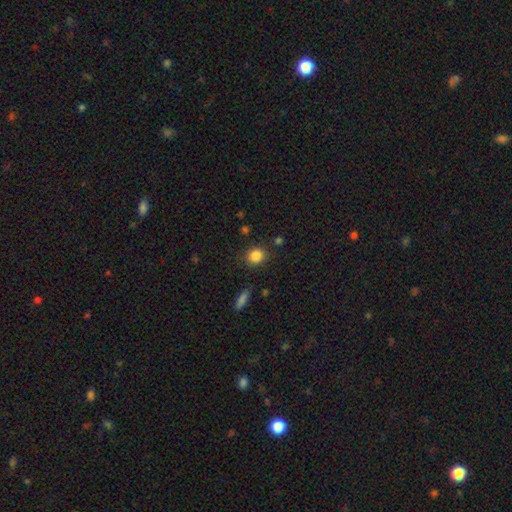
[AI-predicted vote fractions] smooth-or-featured: smooth: 85% | star or artifact: 10% | featured or disk: 5%
  how-rounded: round: 76% | in between: 23% | cigar-shaped: 1%
  merging: none: 83% | minor disturbance: 11% | major disturbance: 3% | merger: 3%